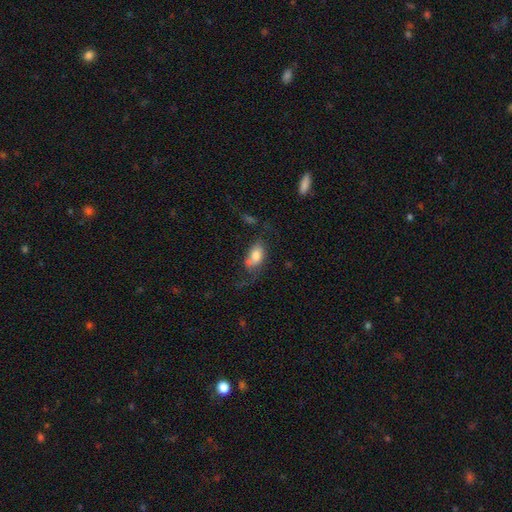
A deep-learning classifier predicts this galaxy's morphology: A smooth galaxy with no disk features (73%) that is in between round and cigar-shaped (88%). Merging: none (42%).